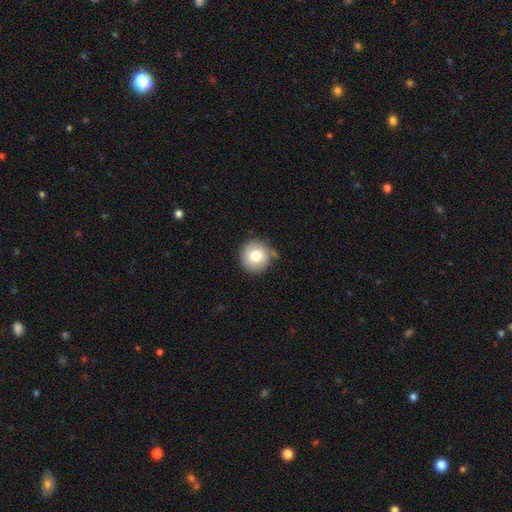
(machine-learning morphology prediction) smooth 77%, featured or disk 15%, star or artifact 9%. Down the decision tree: how rounded — round (93%); merging — none (73%).